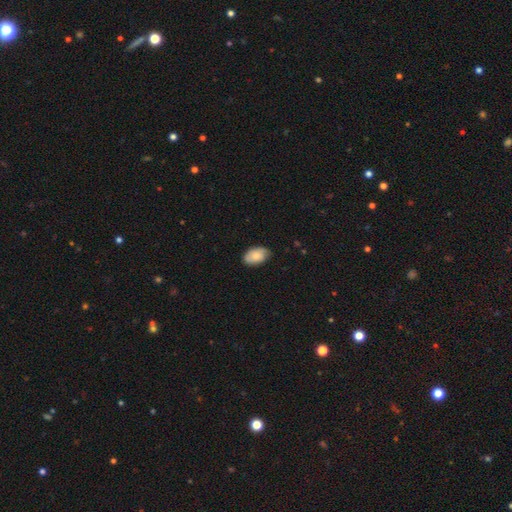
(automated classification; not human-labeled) Morphology: type=smooth (80%); roundness=in between (92%); merging=none (81%).